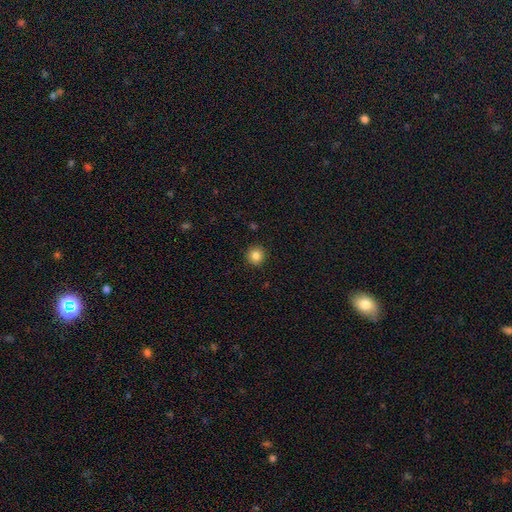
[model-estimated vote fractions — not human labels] smooth 85%, star or artifact 11%, featured or disk 5%. Down the decision tree: how rounded — round (94%); merging — none (91%).